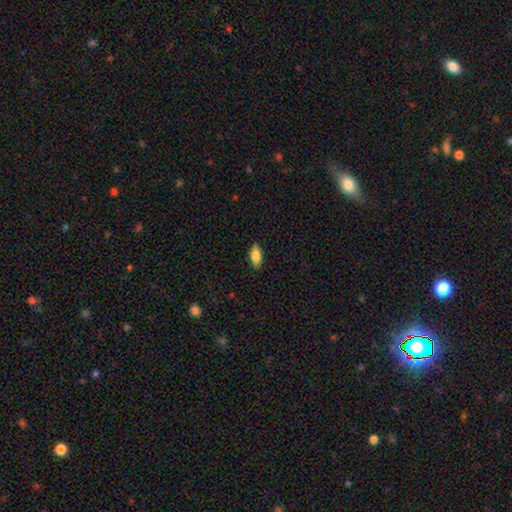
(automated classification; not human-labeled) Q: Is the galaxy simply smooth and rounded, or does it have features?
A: smooth — 83%.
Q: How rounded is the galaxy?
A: in between — 85%.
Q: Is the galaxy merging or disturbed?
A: none — 87%.